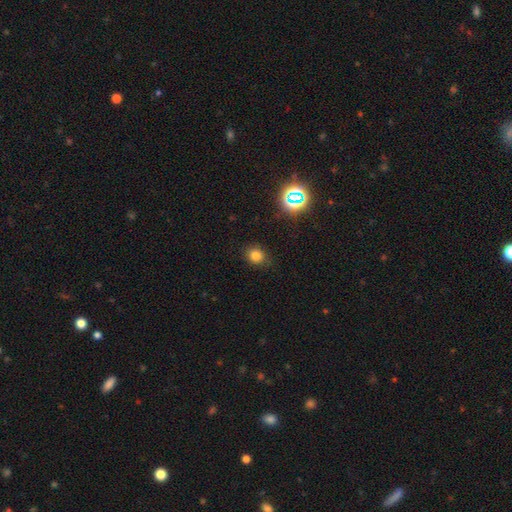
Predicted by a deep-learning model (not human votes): smooth-or-featured: smooth: 77% | star or artifact: 17% | featured or disk: 6%
  how-rounded: round: 66% | in between: 33% | cigar-shaped: 1%
  merging: none: 81% | minor disturbance: 14% | major disturbance: 4% | merger: 1%